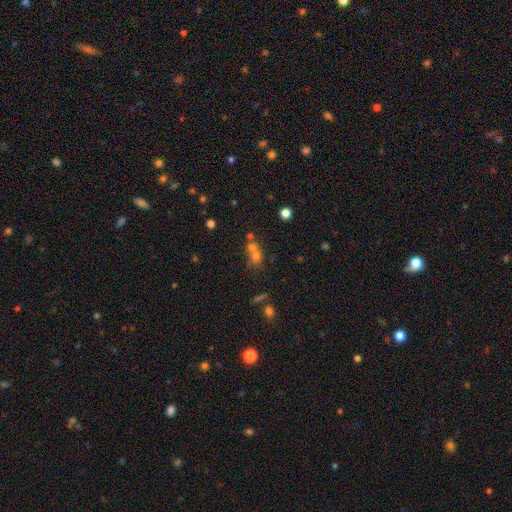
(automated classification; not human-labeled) smooth 63%, star or artifact 20%, featured or disk 17%. Down the decision tree: how rounded — round (74%); merging — merger (57%).